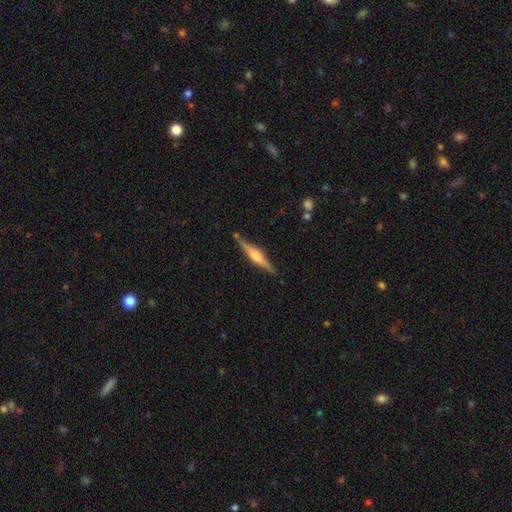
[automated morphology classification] type=featured or disk (70%); edge-on=yes (97%); edge-on bulge=rounded (74%); merging=none (85%).